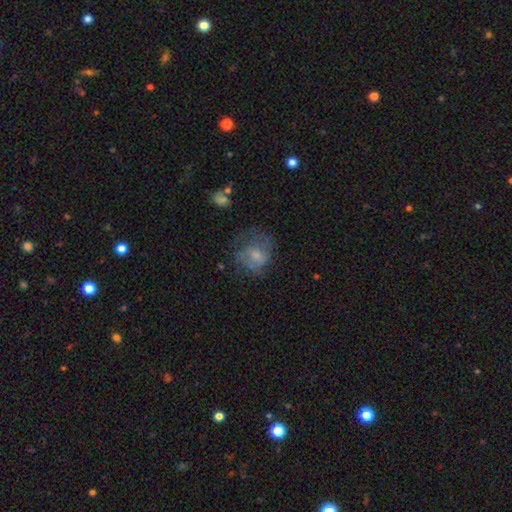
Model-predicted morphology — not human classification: smooth-or-featured: smooth: 50% | featured or disk: 40% | star or artifact: 10%
  how-rounded: round: 63% | in between: 35% | cigar-shaped: 1%
  merging: none: 43% | major disturbance: 31% | minor disturbance: 24% | merger: 2%